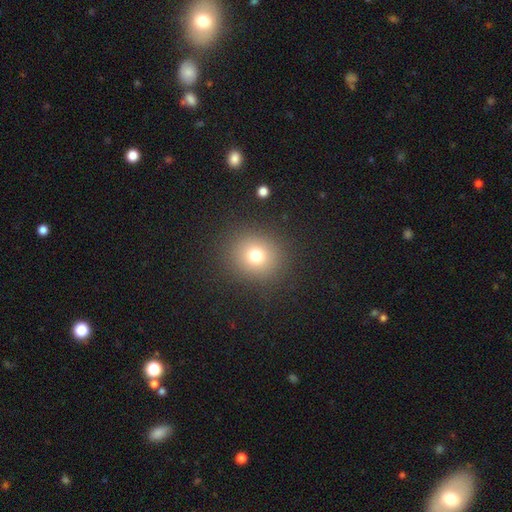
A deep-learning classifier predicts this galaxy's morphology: smooth 73%, star or artifact 17%, featured or disk 10%. Down the decision tree: how rounded — round (86%); merging — none (88%).